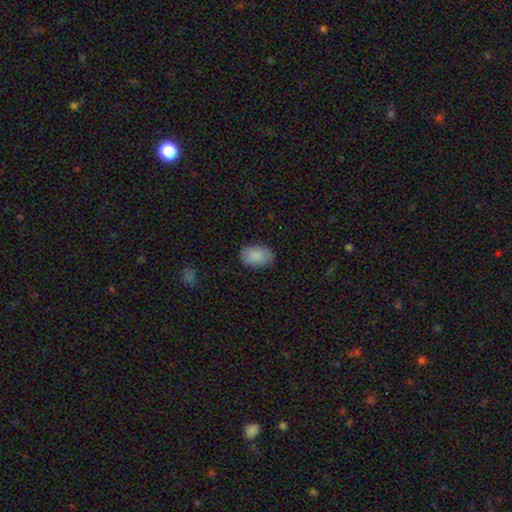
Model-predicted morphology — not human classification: This appears to be a smooth galaxy with no disk features (89%) that is in between round and cigar-shaped (87%). Merging: none (84%).